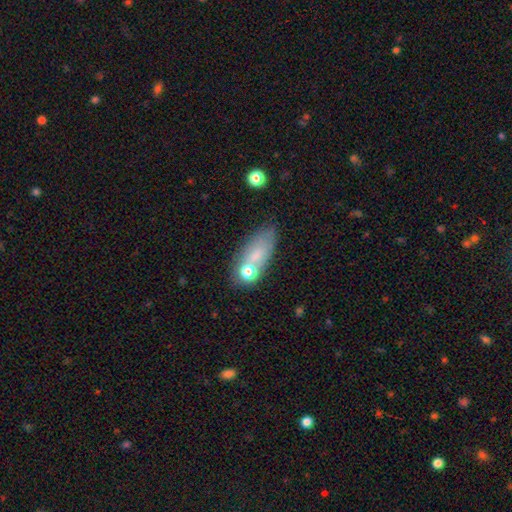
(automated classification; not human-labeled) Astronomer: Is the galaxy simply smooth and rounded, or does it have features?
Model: smooth — 66%.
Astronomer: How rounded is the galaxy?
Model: in between — 76%.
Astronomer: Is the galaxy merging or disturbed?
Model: none — 51%.